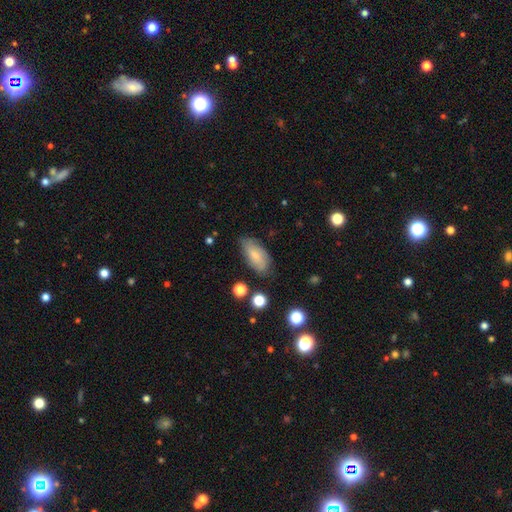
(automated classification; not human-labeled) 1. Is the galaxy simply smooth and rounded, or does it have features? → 75% smooth, 18% featured or disk, 7% star or artifact.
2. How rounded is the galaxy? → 89% in between, 9% cigar-shaped, 3% round.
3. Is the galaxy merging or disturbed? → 70% none, 22% minor disturbance, 5% major disturbance, 2% merger.